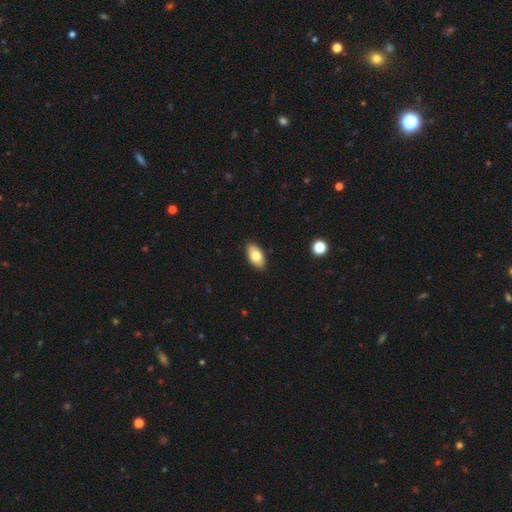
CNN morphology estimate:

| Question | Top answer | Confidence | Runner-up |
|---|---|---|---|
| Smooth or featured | smooth | 80% | featured or disk (14%) |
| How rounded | in between | 93% | cigar-shaped (4%) |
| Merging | none | 89% | minor disturbance (8%) |